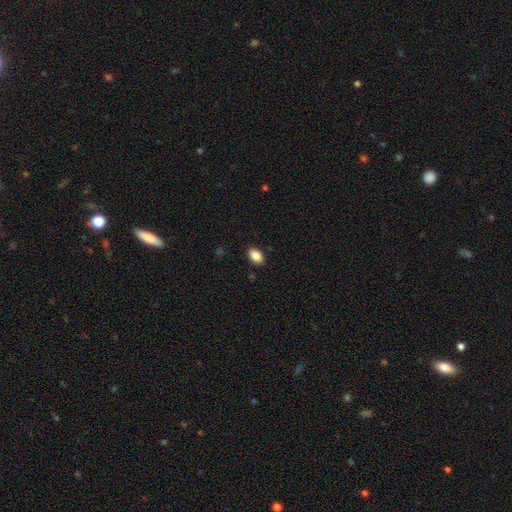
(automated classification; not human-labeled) Smooth or featured? Predicted: smooth (p=0.88). How rounded? Predicted: in between (p=0.88). Merging? Predicted: none (p=0.89).